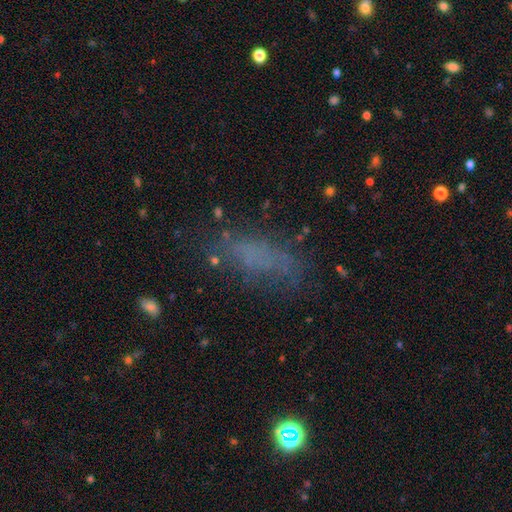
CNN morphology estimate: This appears to be a smooth galaxy with no disk features (58%) that is in between round and cigar-shaped (68%). Merging: none (58%).